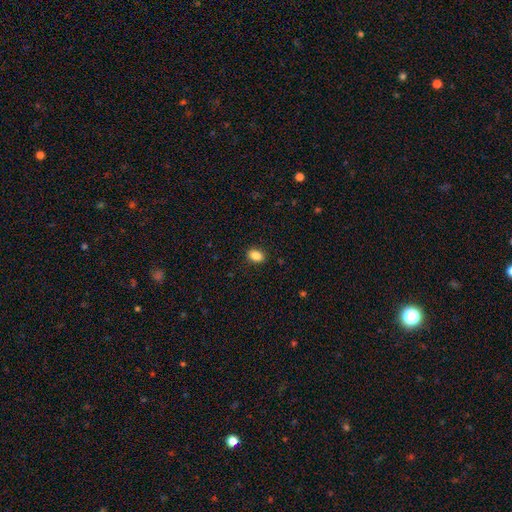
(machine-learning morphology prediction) smooth_or_featured: smooth (p=0.87) [alt: star or artifact p=0.09]
how_rounded: in between (p=0.80) [alt: round p=0.19]
merging: none (p=0.89) [alt: minor disturbance p=0.08]